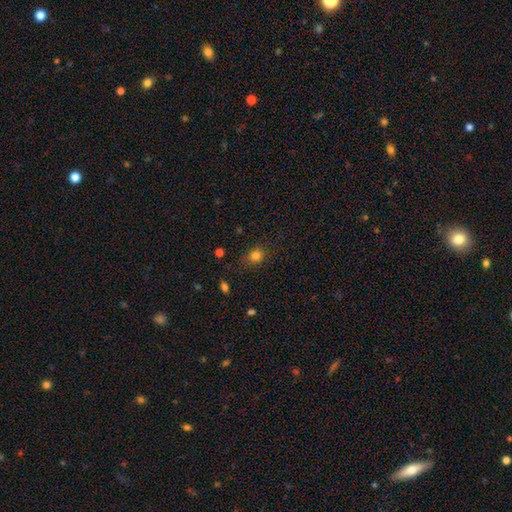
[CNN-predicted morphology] Smooth or featured: smooth — 79% (star or artifact — 14%)
How rounded: round — 63% (in between — 36%)
Merging: none — 77% (minor disturbance — 17%)